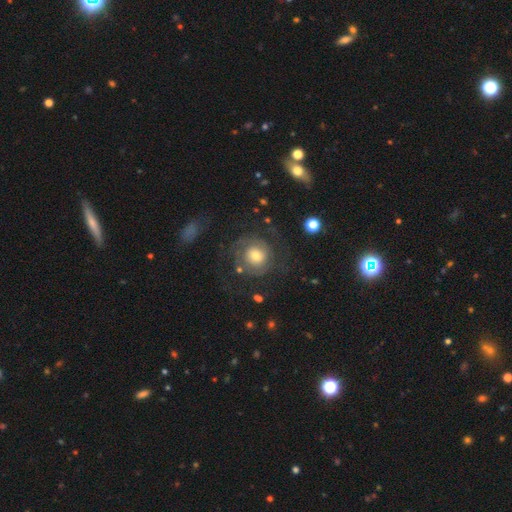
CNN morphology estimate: A featured or disk galaxy (62%) with no bar (78%), spiral arms (81%) and a moderate central bulge (58%).

Vote fractions:
- Smooth or featured? featured or disk: 62% / smooth: 29% / star or artifact: 10%
- Edge-on disk? no: 97% / yes: 3%
- Bar? no: 78% / weak: 18% / strong: 4%
- Spiral arms? yes: 81% / no: 19%
- Bulge size? moderate: 58% / small: 25% / large: 13% / dominant: 2% / none: 2%
- Merging? none: 66% / major disturbance: 17% / minor disturbance: 14% / merger: 2%